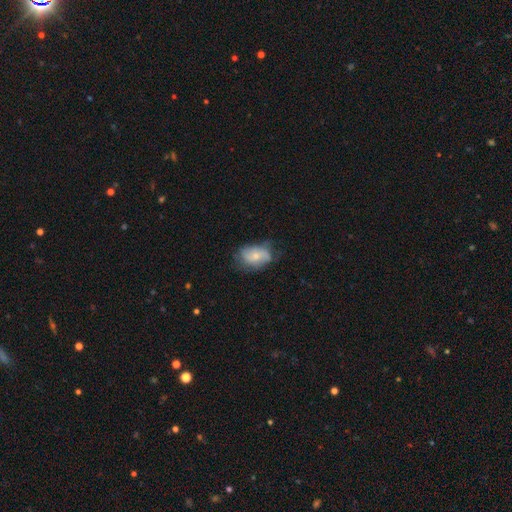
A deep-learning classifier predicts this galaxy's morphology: Smooth or featured?
  - smooth: 51% *
  - featured or disk: 41%
  - star or artifact: 8%
How rounded?
  - in between: 81% *
  - round: 17%
  - cigar-shaped: 1%
Merging?
  - none: 49% *
  - minor disturbance: 34%
  - major disturbance: 15%
  - merger: 2%